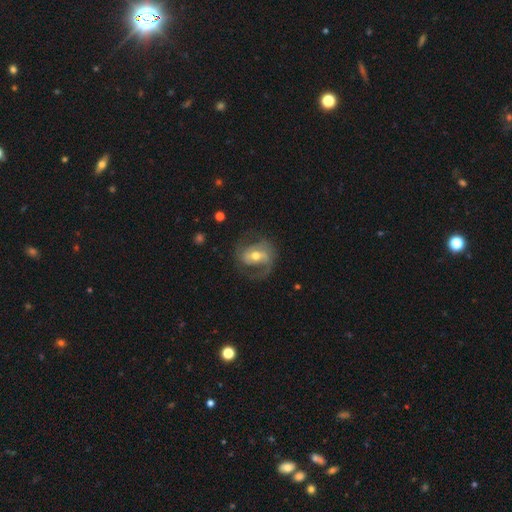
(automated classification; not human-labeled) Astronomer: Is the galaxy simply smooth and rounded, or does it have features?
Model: featured or disk — 80%.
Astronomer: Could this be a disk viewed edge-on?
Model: no — 97%.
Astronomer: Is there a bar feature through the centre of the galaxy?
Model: weak — 42% (runner-up: no, 31%).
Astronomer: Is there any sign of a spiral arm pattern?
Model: yes — 92%.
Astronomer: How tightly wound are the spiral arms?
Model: medium — 47% (runner-up: loose, 29%).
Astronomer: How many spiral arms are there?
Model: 2 — 61%.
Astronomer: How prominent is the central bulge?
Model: moderate — 70%.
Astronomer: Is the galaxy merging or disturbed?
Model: none — 59%.